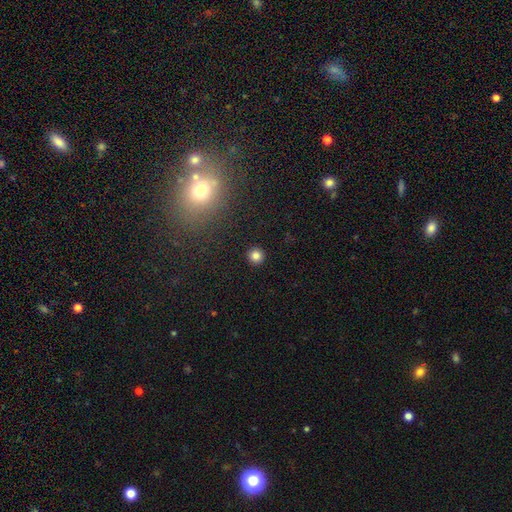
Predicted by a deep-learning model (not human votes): Q: Smooth or featured?
A: smooth (83%); runner-up: star or artifact (12%)
Q: How rounded?
A: round (95%); runner-up: in between (4%)
Q: Merging?
A: none (93%); runner-up: minor disturbance (4%)